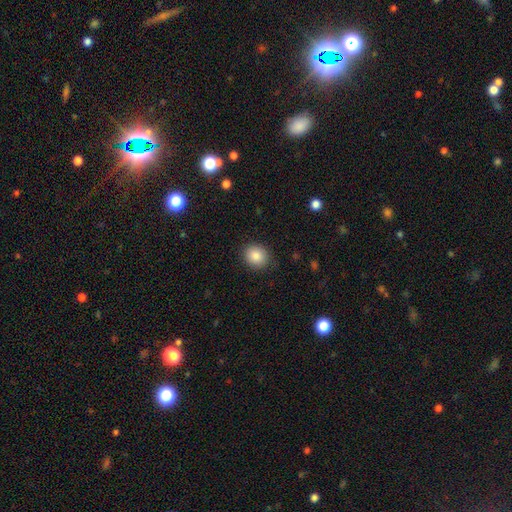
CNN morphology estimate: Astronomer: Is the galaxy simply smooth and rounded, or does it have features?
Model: smooth — 85%.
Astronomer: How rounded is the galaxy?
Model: round — 73%.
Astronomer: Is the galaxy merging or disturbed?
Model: none — 87%.